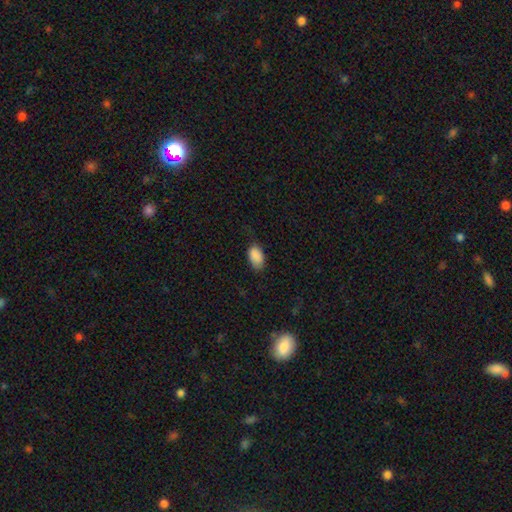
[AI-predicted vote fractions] Morphology: type=smooth (88%); roundness=in between (93%); merging=none (68%).